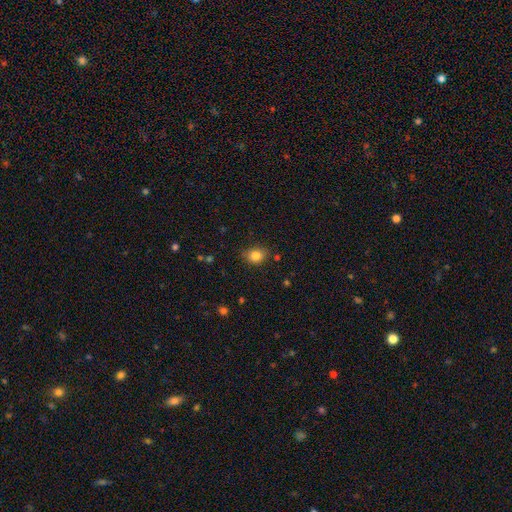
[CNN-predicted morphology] Smooth or featured? smooth (84%)
How rounded? round (54%)
Merging? none (80%)